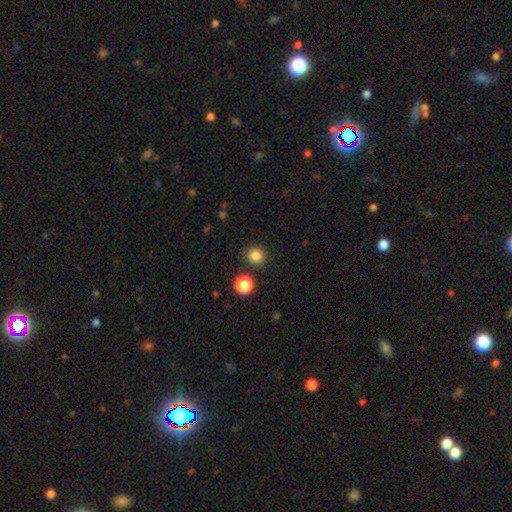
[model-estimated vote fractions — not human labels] A smooth galaxy with no disk features (84%) that is round (87%). Merging: none (87%).